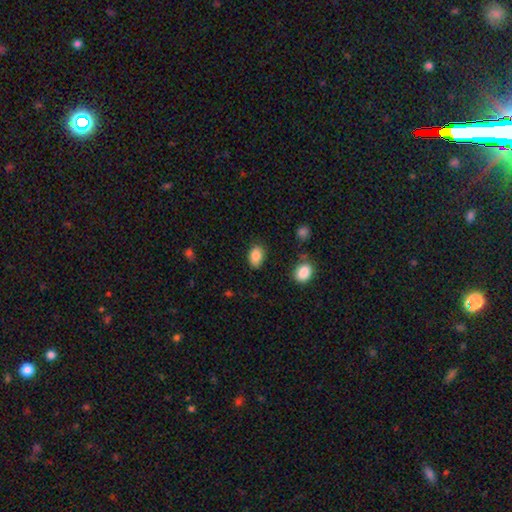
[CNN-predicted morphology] Smooth or featured? Predicted: smooth (p=0.86). How rounded? Predicted: in between (p=0.86). Merging? Predicted: none (p=0.80).